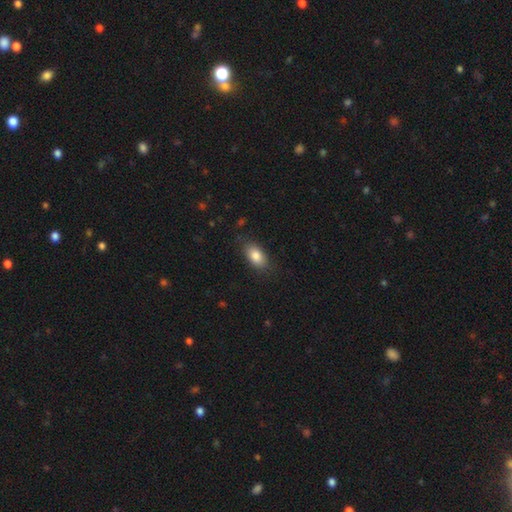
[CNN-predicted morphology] smooth_or_featured: smooth (p=0.85) [alt: featured or disk p=0.08]
how_rounded: in between (p=0.91) [alt: round p=0.06]
merging: none (p=0.82) [alt: minor disturbance p=0.13]